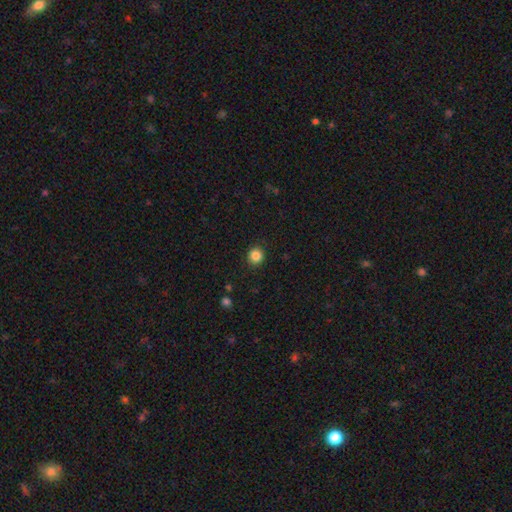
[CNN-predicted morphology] smooth 85%, star or artifact 11%, featured or disk 4%. Down the decision tree: how rounded — round (93%); merging — none (92%).